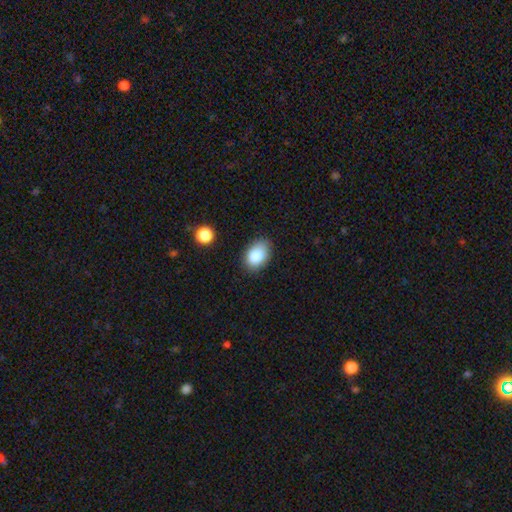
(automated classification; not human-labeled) smooth-or-featured: smooth: 83% | star or artifact: 9% | featured or disk: 8%
  how-rounded: in between: 85% | round: 14% | cigar-shaped: 1%
  merging: none: 80% | minor disturbance: 15% | major disturbance: 3% | merger: 2%